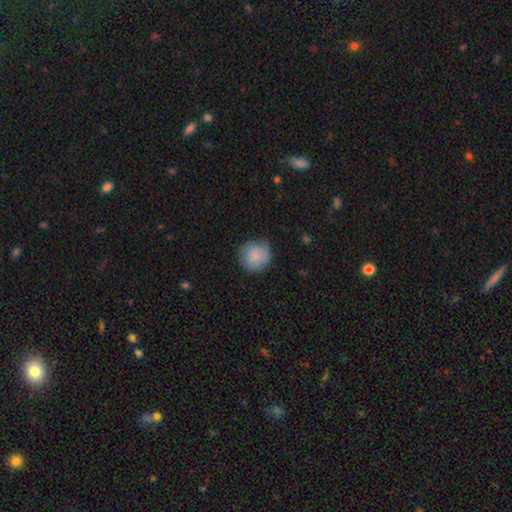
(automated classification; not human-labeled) Overall: smooth (85%). How rounded: round (93%). Merging: none (77%).